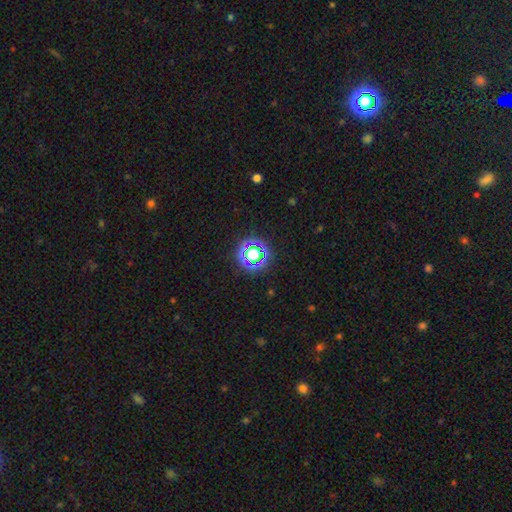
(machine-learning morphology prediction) smooth_or_featured: star or artifact (p=0.57) [alt: smooth p=0.32]